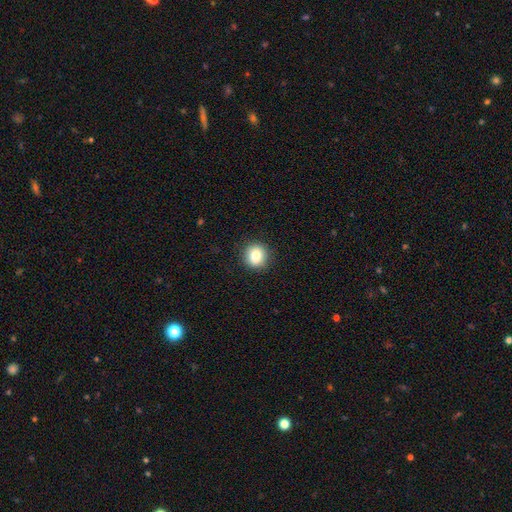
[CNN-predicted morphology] Smooth or featured? smooth (84%)
How rounded? round (87%)
Merging? none (90%)